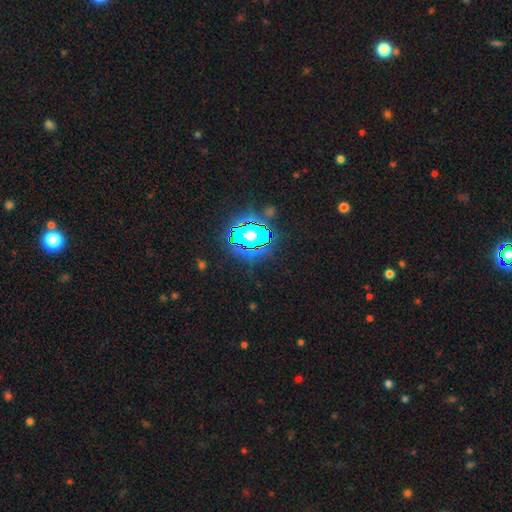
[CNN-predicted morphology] A star or artifact, not a galaxy (84%).

Vote fractions:
- Smooth or featured? star or artifact: 84% / smooth: 9% / featured or disk: 6%